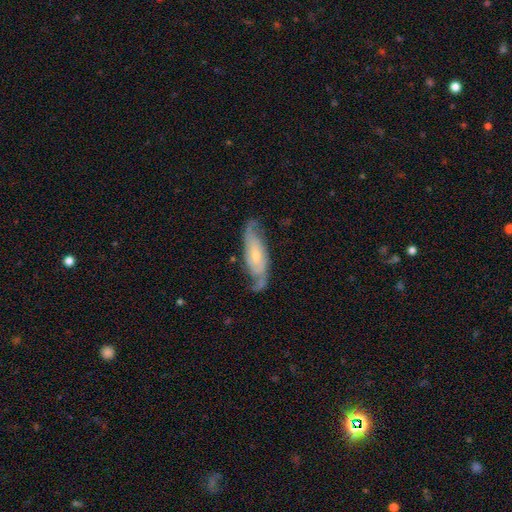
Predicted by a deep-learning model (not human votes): Overall: featured or disk (78%). Edge-on disk: no (87%). Bar: no (61%; weak 30%). Spiral arms: yes (93%). Spiral arm count: 2 (78%). Spiral winding: medium (42%; tight 31%). Bulge size: small (58%; moderate 35%). Merging: none (67%).